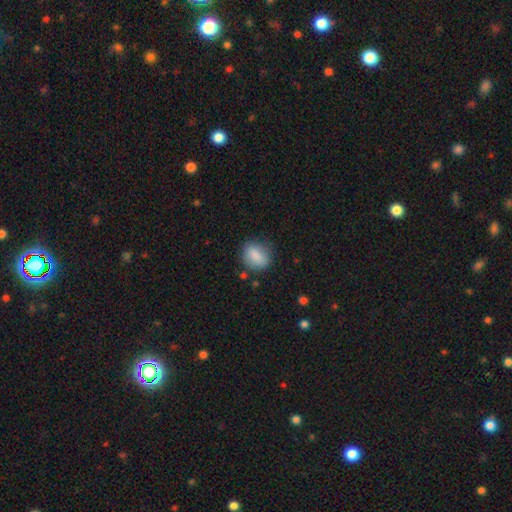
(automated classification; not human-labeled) Smooth or featured: smooth — 84% (featured or disk — 8%)
How rounded: in between — 64% (round — 34%)
Merging: none — 73% (minor disturbance — 19%)